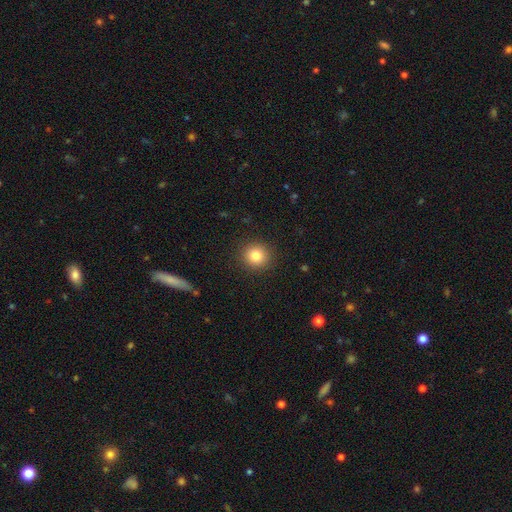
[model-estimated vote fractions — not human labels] Q: Smooth or featured?
A: smooth (83%); runner-up: star or artifact (11%)
Q: How rounded?
A: round (92%); runner-up: in between (8%)
Q: Merging?
A: none (91%); runner-up: minor disturbance (6%)